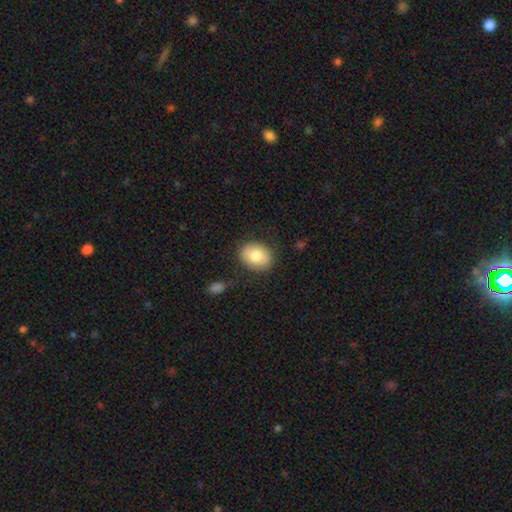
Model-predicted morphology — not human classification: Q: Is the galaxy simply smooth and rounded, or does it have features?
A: smooth — 79%.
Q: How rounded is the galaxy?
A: in between — 58%.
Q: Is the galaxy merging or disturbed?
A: none — 82%.